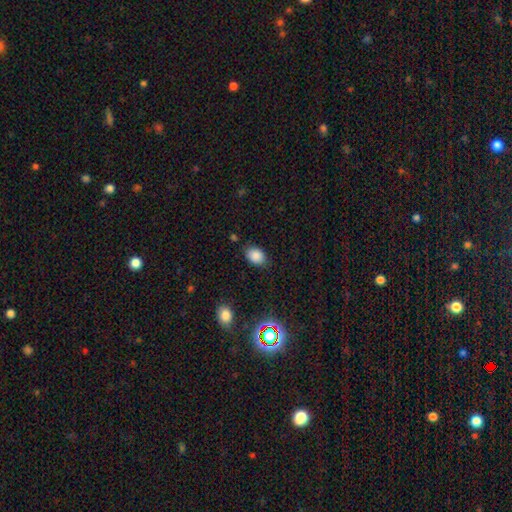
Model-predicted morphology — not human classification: smooth_or_featured: smooth (p=0.83) [alt: star or artifact p=0.11]
how_rounded: in between (p=0.78) [alt: round p=0.21]
merging: none (p=0.81) [alt: minor disturbance p=0.14]